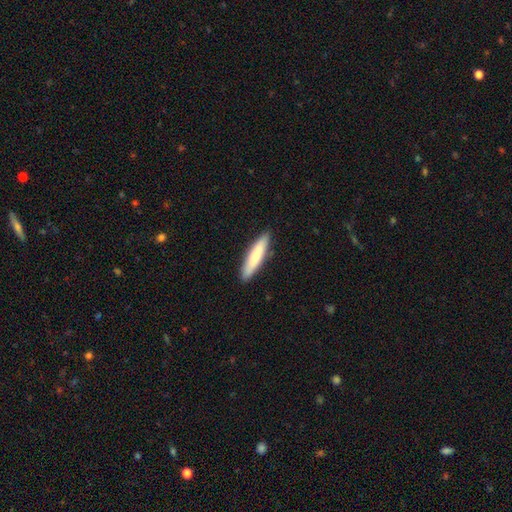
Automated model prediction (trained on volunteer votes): A smooth galaxy with no disk features (76%) that is cigar-shaped (83%). Merging: none (89%).